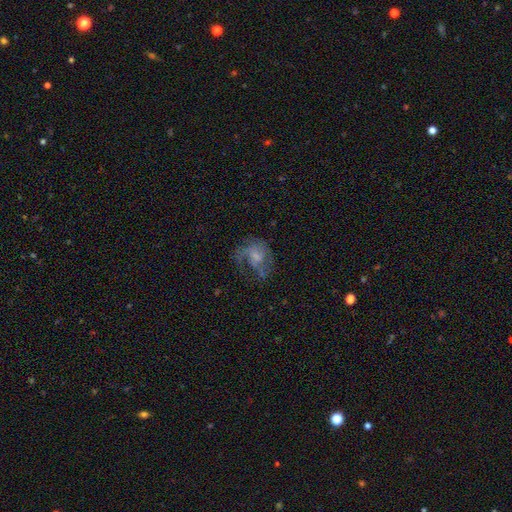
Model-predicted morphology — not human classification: Smooth or featured?
  - featured or disk: 59% *
  - smooth: 31%
  - star or artifact: 11%
Edge-on disk?
  - no: 98% *
  - yes: 2%
Bar?
  - no: 64% *
  - weak: 31%
  - strong: 5%
Spiral arms?
  - yes: 68% *
  - no: 32%
Bulge size?
  - small: 41% *
  - none: 30%
  - moderate: 23%
  - large: 5%
  - dominant: 1%
Merging?
  - major disturbance: 40% *
  - none: 37%
  - minor disturbance: 20%
  - merger: 3%